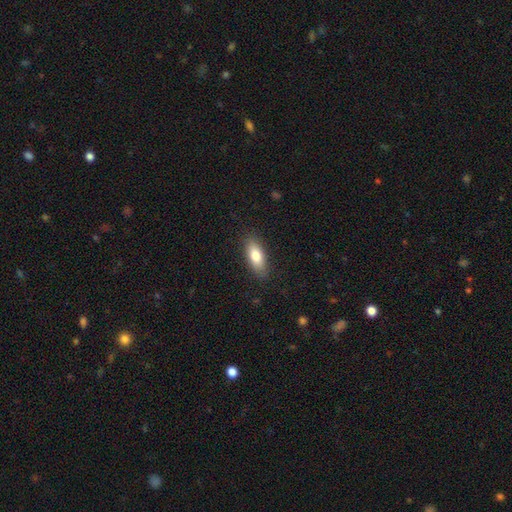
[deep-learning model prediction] This appears to be a smooth galaxy with no disk features (80%) that is in between round and cigar-shaped (78%). Merging: none (86%).